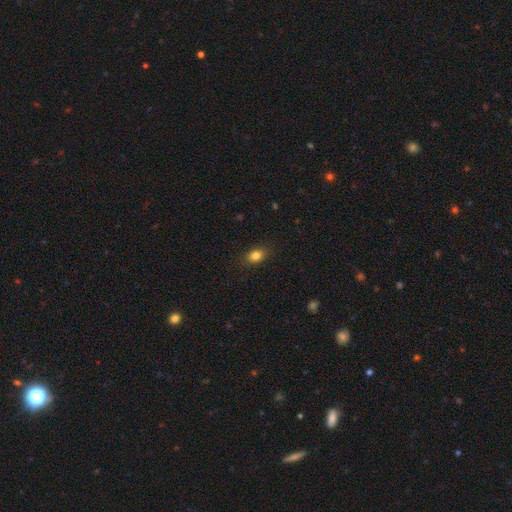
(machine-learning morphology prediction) A smooth galaxy with no disk features (82%) that is in between round and cigar-shaped (71%).

Vote fractions:
- Smooth or featured? smooth: 82% / star or artifact: 11% / featured or disk: 7%
- How rounded? in between: 71% / round: 27% / cigar-shaped: 2%
- Merging? none: 86% / minor disturbance: 10% / major disturbance: 2% / merger: 1%